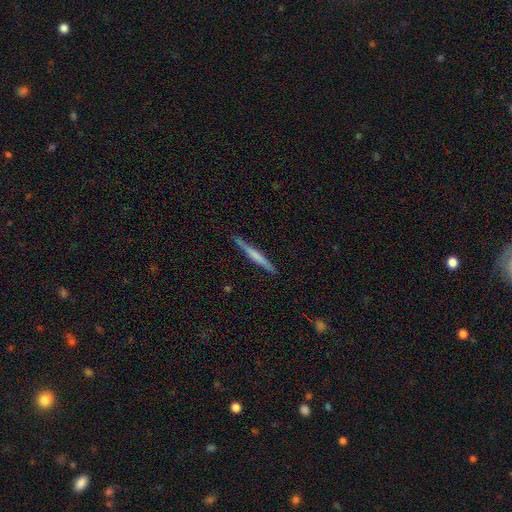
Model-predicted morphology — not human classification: This appears to be a featured or disk galaxy (51%) viewed edge-on (97%). Merging: none (89%).